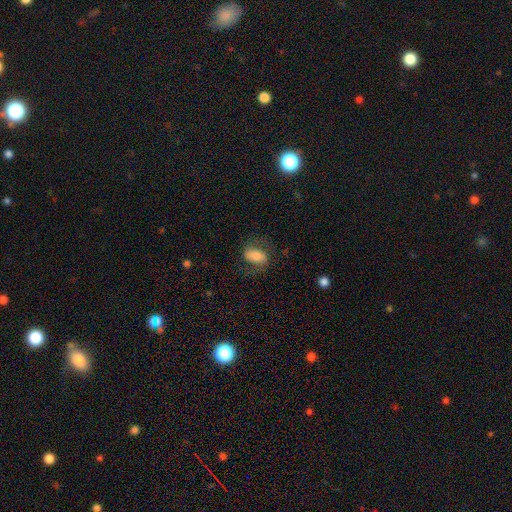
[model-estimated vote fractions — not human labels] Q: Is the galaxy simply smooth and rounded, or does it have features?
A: smooth — 69%.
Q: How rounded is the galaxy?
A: in between — 88%.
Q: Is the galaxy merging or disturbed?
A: none — 67%.